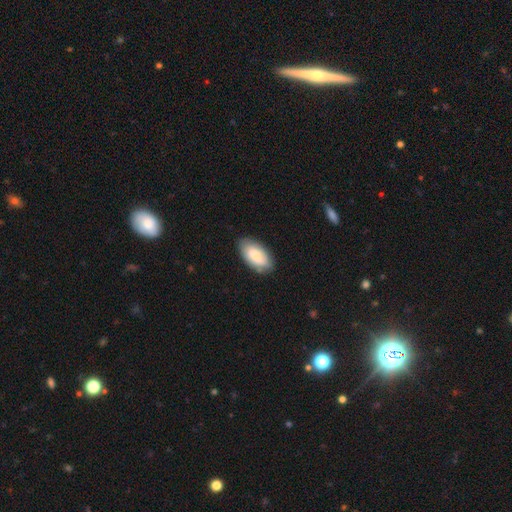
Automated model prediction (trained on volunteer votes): Smooth or featured?
  - smooth: 78% *
  - featured or disk: 16%
  - star or artifact: 6%
How rounded?
  - in between: 95% *
  - cigar-shaped: 3%
  - round: 2%
Merging?
  - none: 79% *
  - minor disturbance: 16%
  - major disturbance: 3%
  - merger: 1%